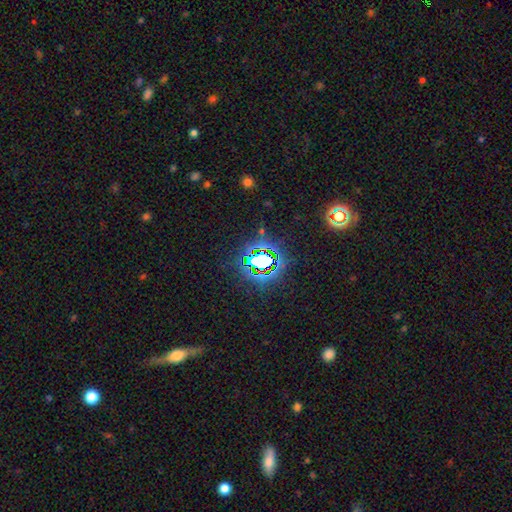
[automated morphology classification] Smooth or featured?
  - star or artifact: 73% *
  - smooth: 17%
  - featured or disk: 11%